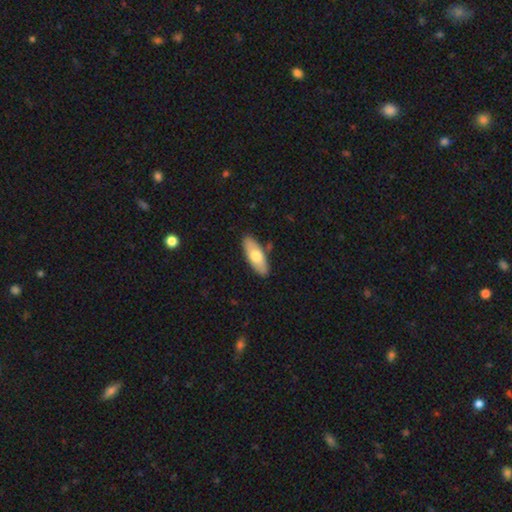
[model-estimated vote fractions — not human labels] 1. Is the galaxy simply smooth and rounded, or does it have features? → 68% smooth, 27% featured or disk, 5% star or artifact.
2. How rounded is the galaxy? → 75% in between, 23% cigar-shaped, 2% round.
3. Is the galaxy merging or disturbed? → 86% none, 10% minor disturbance, 2% merger, 2% major disturbance.